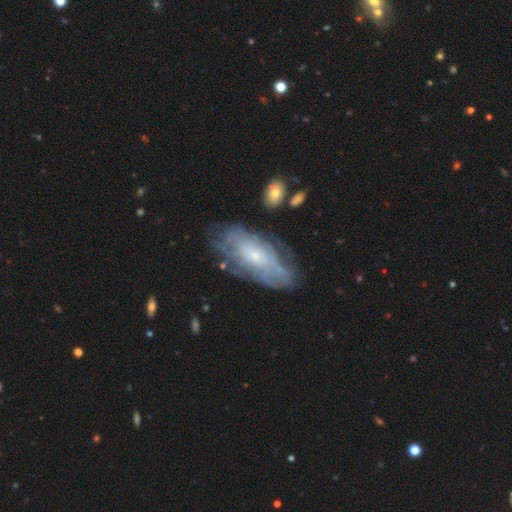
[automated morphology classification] This appears to be a featured or disk galaxy (63%) with no bar (79%), spiral arms (65%) and a small central bulge (74%). Merging: none (70%).